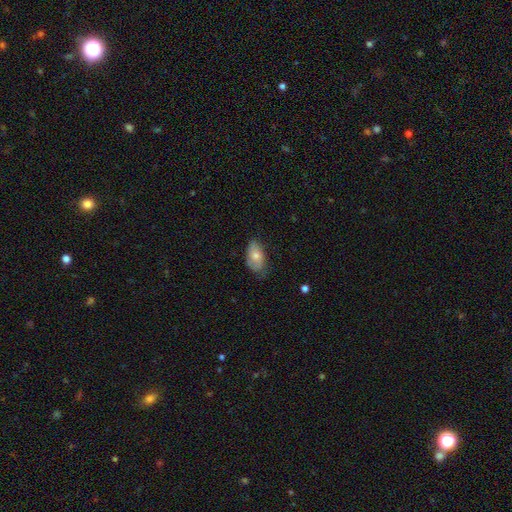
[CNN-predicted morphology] A smooth galaxy with no disk features (60%) that is in between round and cigar-shaped (91%). Merging: none (62%).